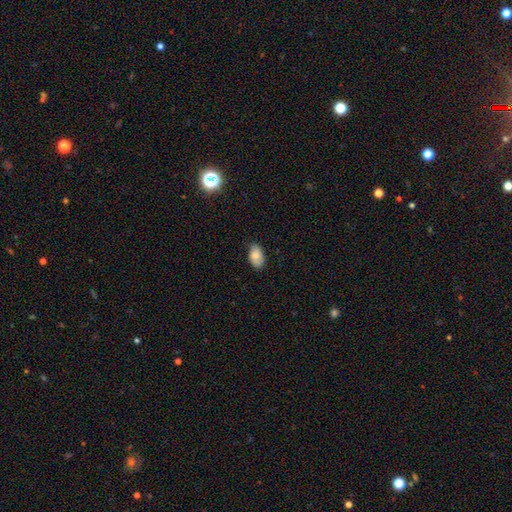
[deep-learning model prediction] Smooth or featured? smooth (81%)
How rounded? in between (93%)
Merging? none (78%)